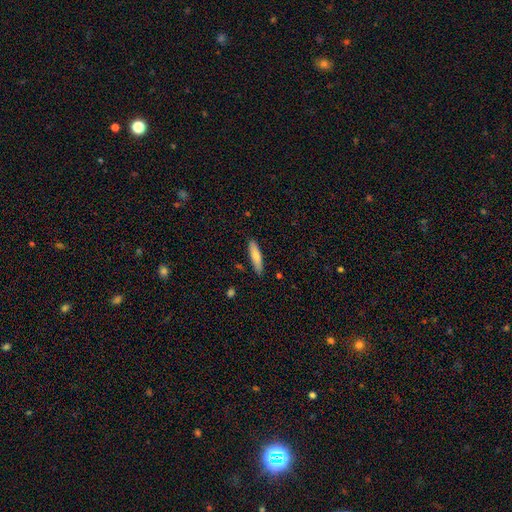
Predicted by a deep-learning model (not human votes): A smooth galaxy with no disk features (74%) that is cigar-shaped (73%).

Vote fractions:
- Smooth or featured? smooth: 74% / featured or disk: 20% / star or artifact: 6%
- How rounded? cigar-shaped: 73% / in between: 25% / round: 2%
- Merging? none: 87% / minor disturbance: 10% / major disturbance: 2% / merger: 2%